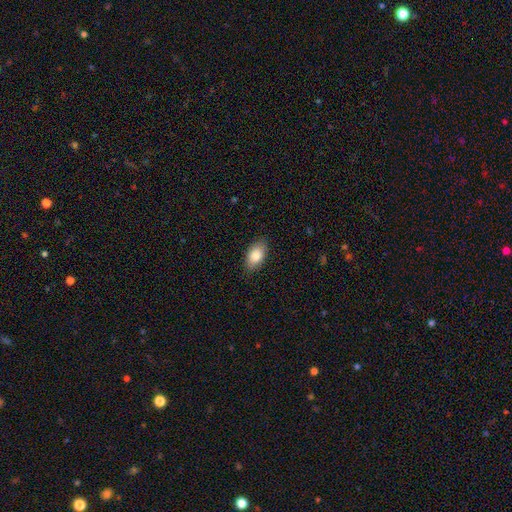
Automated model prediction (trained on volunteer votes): A smooth galaxy with no disk features (85%) that is in between round and cigar-shaped (92%).

Vote fractions:
- Smooth or featured? smooth: 85% / featured or disk: 8% / star or artifact: 7%
- How rounded? in between: 92% / round: 5% / cigar-shaped: 3%
- Merging? none: 86% / minor disturbance: 11% / major disturbance: 2% / merger: 1%